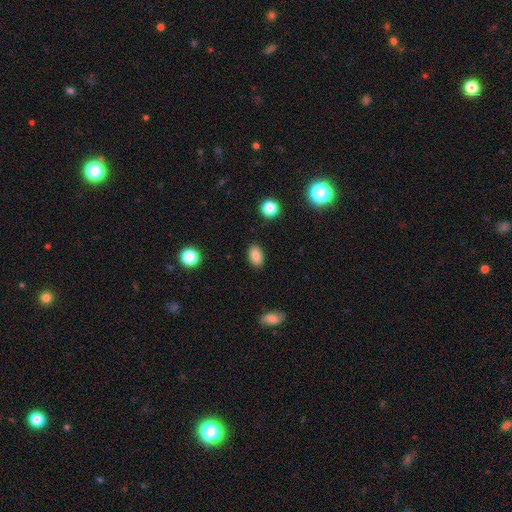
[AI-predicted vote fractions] The model was most divided on "smooth or featured": smooth: 85%, star or artifact: 10%, featured or disk: 5%. More confident: merging — none (88%); how rounded — in between (87%).